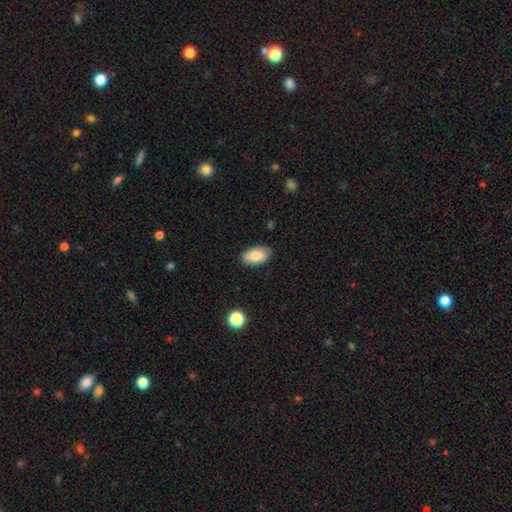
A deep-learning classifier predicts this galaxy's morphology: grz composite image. It shows a smooth galaxy with no disk features (81%) that is in between round and cigar-shaped (94%). Merging: none (84%).